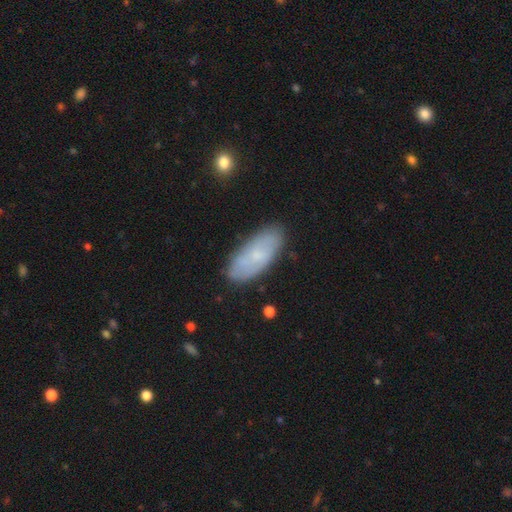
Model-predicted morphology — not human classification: A smooth galaxy with no disk features (56%) that is in between round and cigar-shaped (82%). Merging: none (81%).